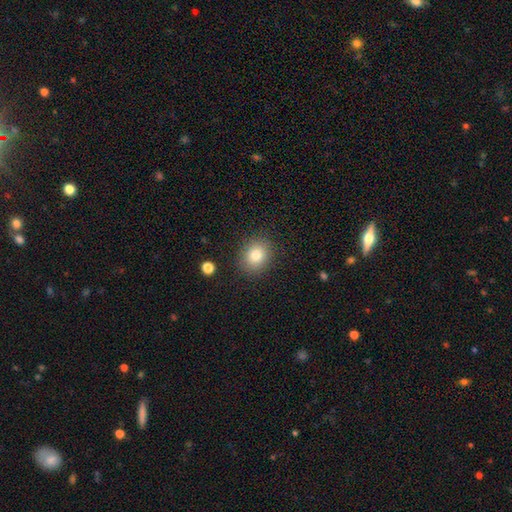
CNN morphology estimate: Overall: smooth (82%). How rounded: round (62%; in between 37%). Merging: none (87%).